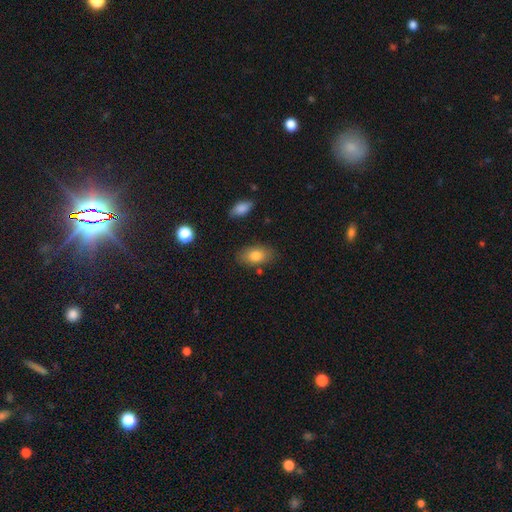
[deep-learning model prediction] Smooth or featured? Predicted: smooth (p=0.80). How rounded? Predicted: in between (p=0.89). Merging? Predicted: none (p=0.81).